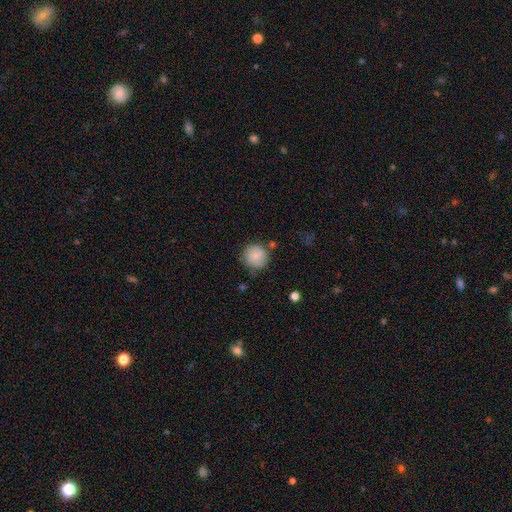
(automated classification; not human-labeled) This is clearly a smooth galaxy (84%). How rounded: clearly round (91%). Merging: likely none (73%).